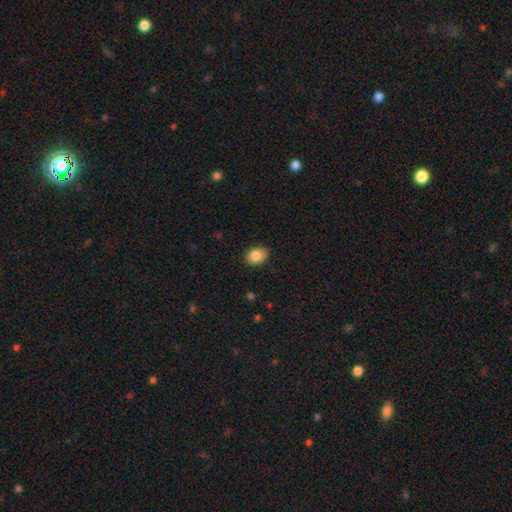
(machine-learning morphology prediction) Smooth or featured? smooth (85%)
How rounded? in between (63%)
Merging? none (86%)